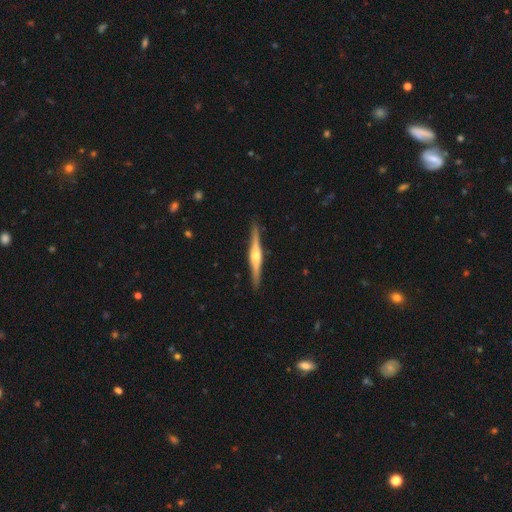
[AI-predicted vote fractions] smooth-or-featured: featured or disk: 80% | smooth: 15% | star or artifact: 5%
  disk-edge-on: yes: 98% | no: 2%
    edge-on-bulge: rounded: 91% | boxy: 6% | none: 3%
  merging: none: 91% | minor disturbance: 7% | major disturbance: 1% | merger: 1%